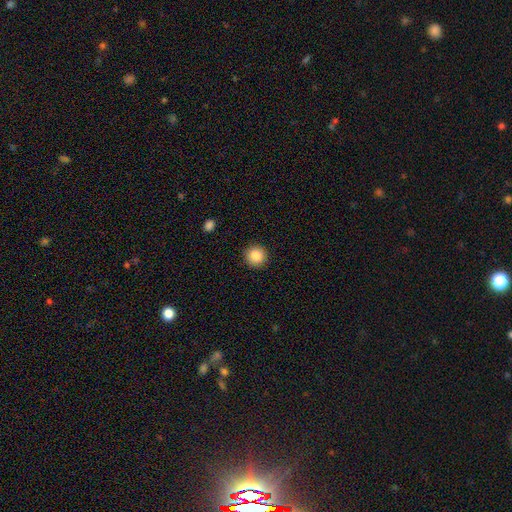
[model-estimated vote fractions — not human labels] A smooth galaxy with no disk features (86%) that is round (95%).

Vote fractions:
- Smooth or featured? smooth: 86% / star or artifact: 9% / featured or disk: 4%
- How rounded? round: 95% / in between: 4% / cigar-shaped: 1%
- Merging? none: 92% / minor disturbance: 5% / major disturbance: 2% / merger: 1%